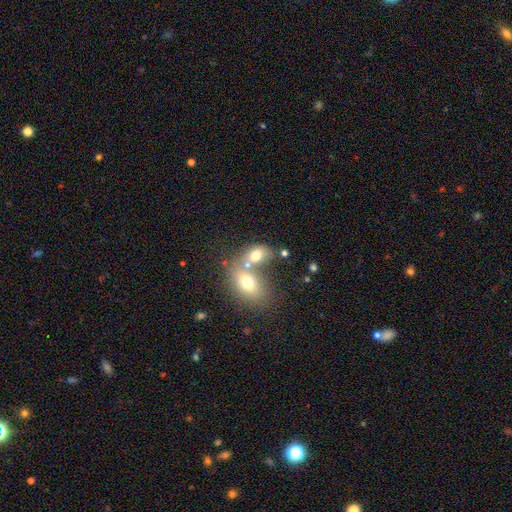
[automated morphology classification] The model was most divided on "merging": merger: 62%, none: 25%, minor disturbance: 8%, major disturbance: 5%. More confident: how rounded — in between (77%); smooth or featured — smooth (71%).